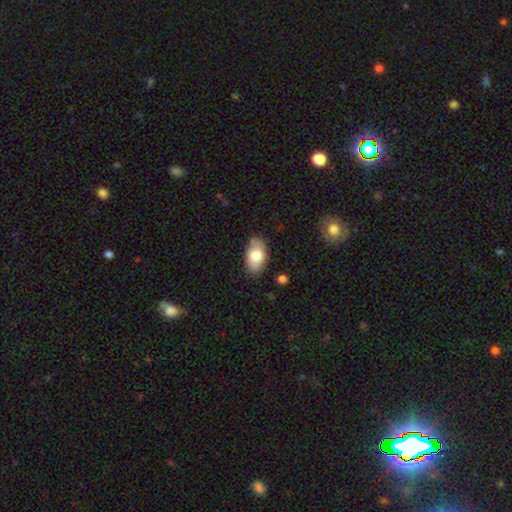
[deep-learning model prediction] This is likely a smooth galaxy (76%). How rounded: clearly in between (93%). Merging: likely none (77%).